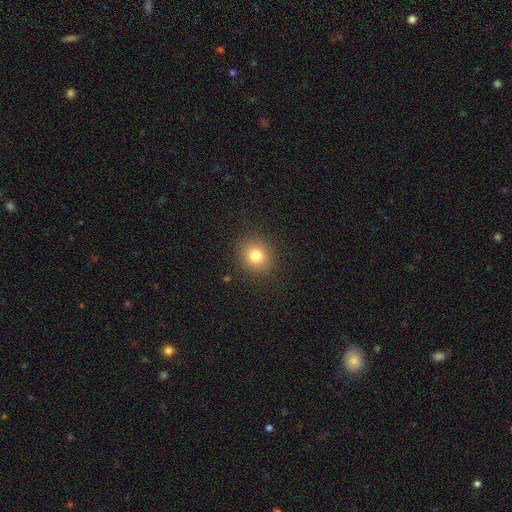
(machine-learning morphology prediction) This is likely a smooth galaxy (80%). How rounded: clearly round (81%). Merging: clearly none (89%).